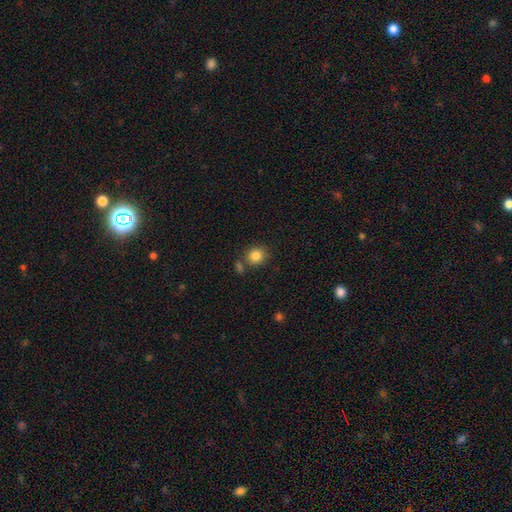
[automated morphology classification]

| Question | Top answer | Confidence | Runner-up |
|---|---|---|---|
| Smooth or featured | smooth | 85% | star or artifact (10%) |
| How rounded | round | 78% | in between (21%) |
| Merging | none | 74% | merger (12%) |